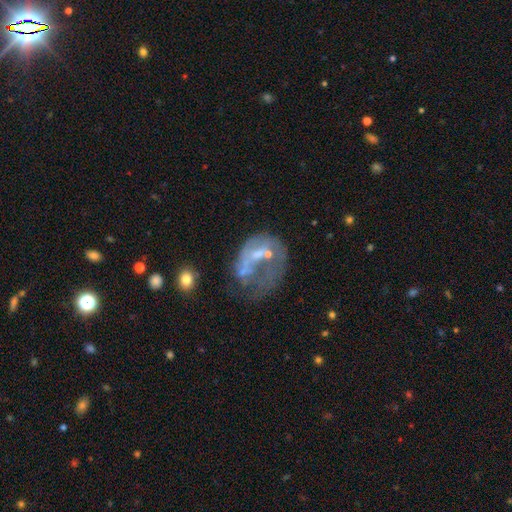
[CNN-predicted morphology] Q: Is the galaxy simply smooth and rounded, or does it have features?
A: featured or disk — 63%.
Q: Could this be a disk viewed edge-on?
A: no — 98%.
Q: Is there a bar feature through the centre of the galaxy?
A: no — 74%.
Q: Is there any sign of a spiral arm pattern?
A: no — 70%.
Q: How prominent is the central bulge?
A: none — 37%, tied with small.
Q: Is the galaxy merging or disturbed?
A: major disturbance — 46%.